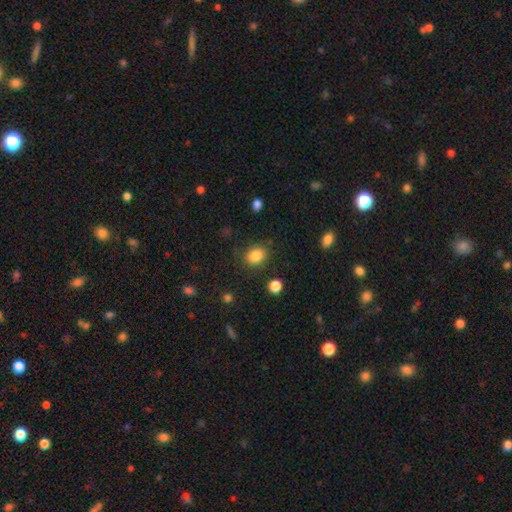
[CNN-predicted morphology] This is clearly a smooth galaxy (85%). How rounded: possibly in between (58%). Merging: clearly none (81%).